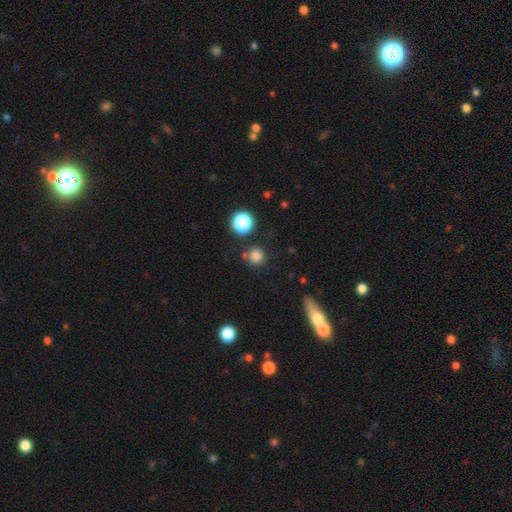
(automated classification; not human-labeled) smooth 79%, star or artifact 16%, featured or disk 5%. Down the decision tree: how rounded — round (92%); merging — none (77%).